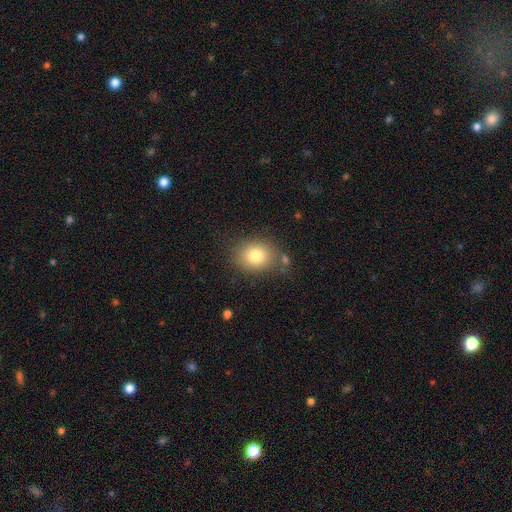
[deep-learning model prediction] Smooth or featured? smooth (80%)
How rounded? round (52%)
Merging? none (75%)